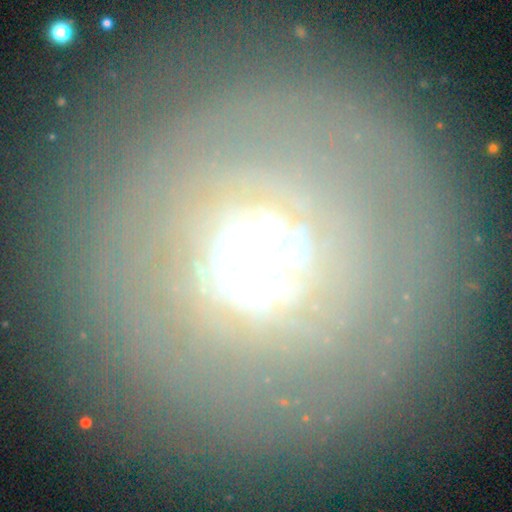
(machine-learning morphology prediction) Q: Smooth or featured?
A: featured or disk (64%); runner-up: smooth (21%)
Q: Edge-on disk?
A: no (94%); runner-up: yes (6%)
Q: Bar?
A: no (47%); runner-up: weak (32%)
Q: Spiral arms?
A: yes (53%); runner-up: no (47%)
Q: Bulge size?
A: moderate (47%); runner-up: large (26%)
Q: Merging?
A: none (62%); runner-up: minor disturbance (17%)